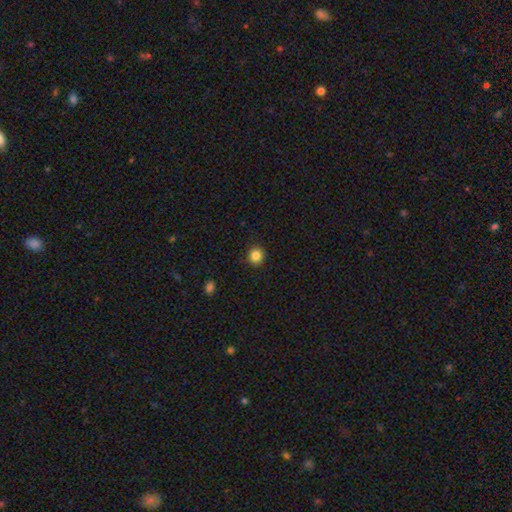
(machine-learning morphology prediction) A smooth galaxy with no disk features (85%) that is round (91%). Merging: none (91%).